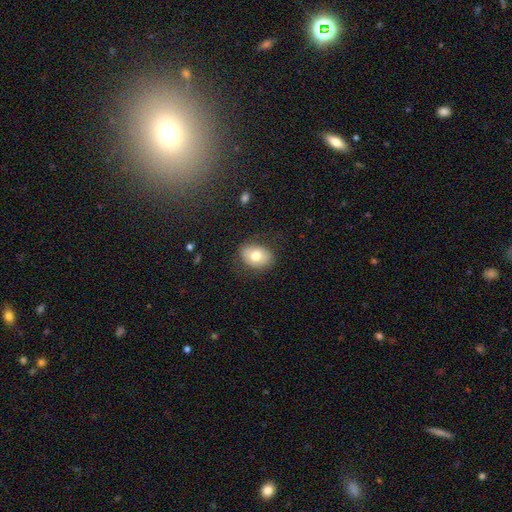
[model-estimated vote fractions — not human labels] Morphology: type=smooth (71%); roundness=in between (70%); merging=none (79%).